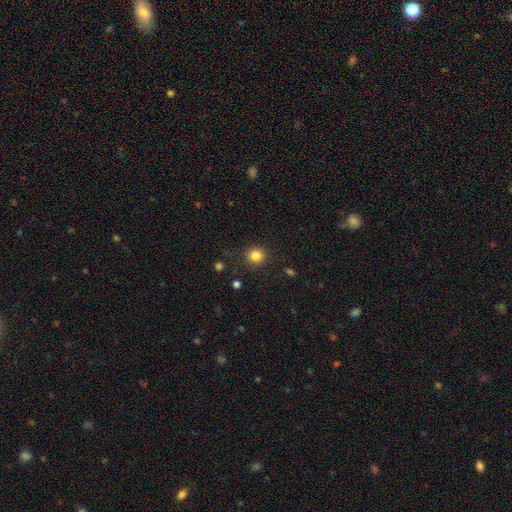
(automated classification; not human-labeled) This is clearly a smooth galaxy (83%). How rounded: clearly round (90%). Merging: clearly none (88%).